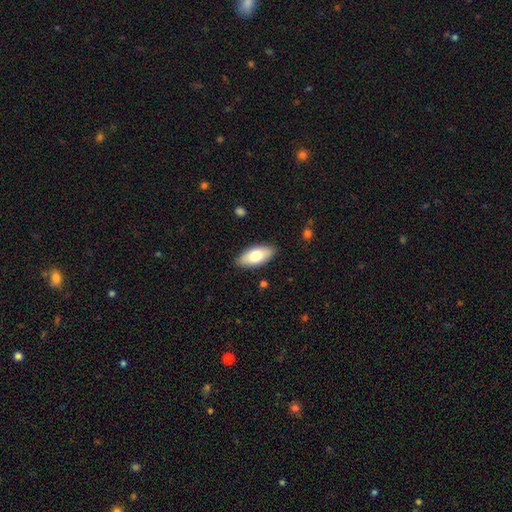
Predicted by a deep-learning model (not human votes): Smooth or featured?
  - smooth: 78% *
  - featured or disk: 16%
  - star or artifact: 6%
How rounded?
  - in between: 89% *
  - cigar-shaped: 9%
  - round: 2%
Merging?
  - none: 88% *
  - minor disturbance: 9%
  - major disturbance: 2%
  - merger: 1%